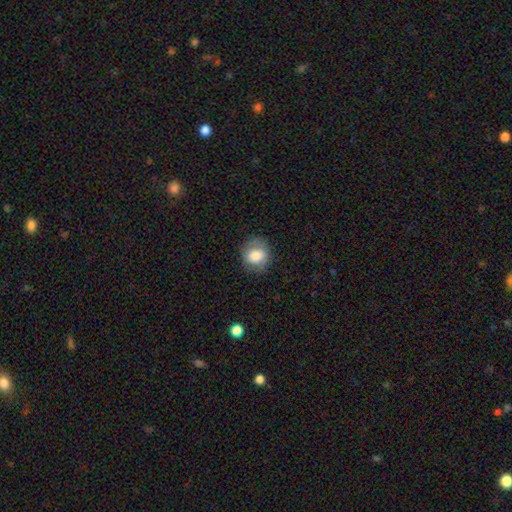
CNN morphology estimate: Smooth or featured: smooth — 79% (featured or disk — 13%)
How rounded: round — 71% (in between — 28%)
Merging: none — 70% (minor disturbance — 21%)